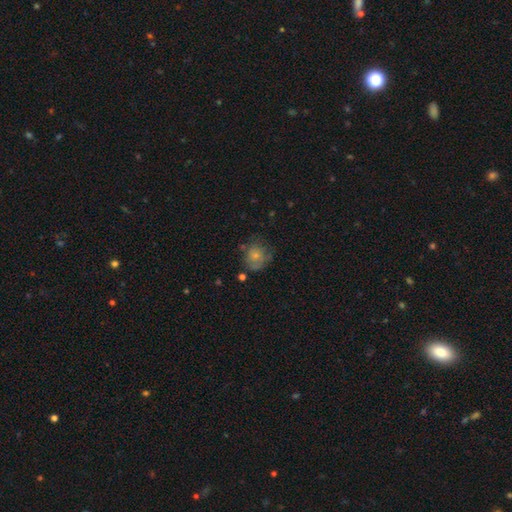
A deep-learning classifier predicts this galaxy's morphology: Smooth or featured?
  - smooth: 68% *
  - featured or disk: 23%
  - star or artifact: 9%
How rounded?
  - round: 72% *
  - in between: 27%
  - cigar-shaped: 1%
Merging?
  - none: 50% *
  - minor disturbance: 28%
  - major disturbance: 16%
  - merger: 6%